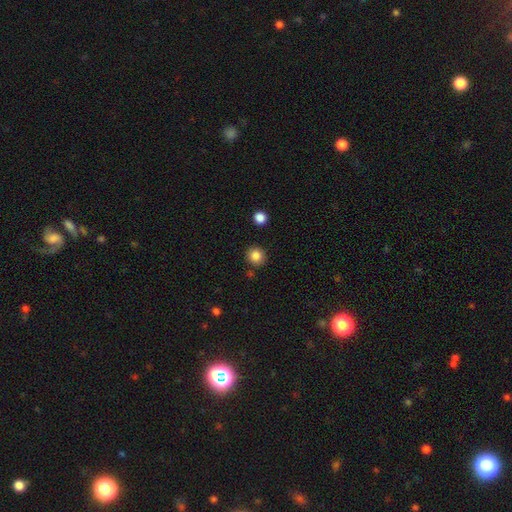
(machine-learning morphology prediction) smooth 85%, star or artifact 10%, featured or disk 4%. Down the decision tree: how rounded — round (91%); merging — none (88%).